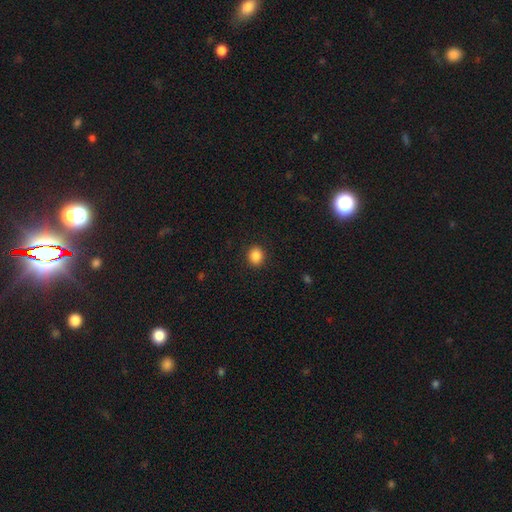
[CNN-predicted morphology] A smooth galaxy with no disk features (87%) that is round (75%).

Vote fractions:
- Smooth or featured? smooth: 87% / star or artifact: 10% / featured or disk: 3%
- How rounded? round: 75% / in between: 24% / cigar-shaped: 1%
- Merging? none: 91% / minor disturbance: 6% / major disturbance: 2% / merger: 1%